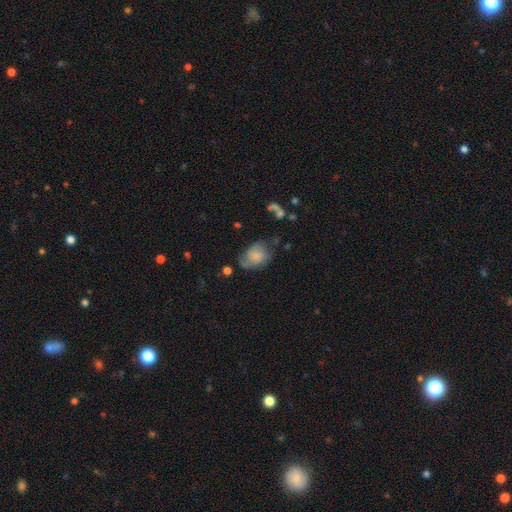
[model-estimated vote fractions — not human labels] A smooth galaxy with no disk features (58%) that is in between round and cigar-shaped (68%).

Vote fractions:
- Smooth or featured? smooth: 58% / featured or disk: 33% / star or artifact: 9%
- How rounded? in between: 68% / round: 30% / cigar-shaped: 1%
- Merging? none: 42% / minor disturbance: 32% / major disturbance: 21% / merger: 4%